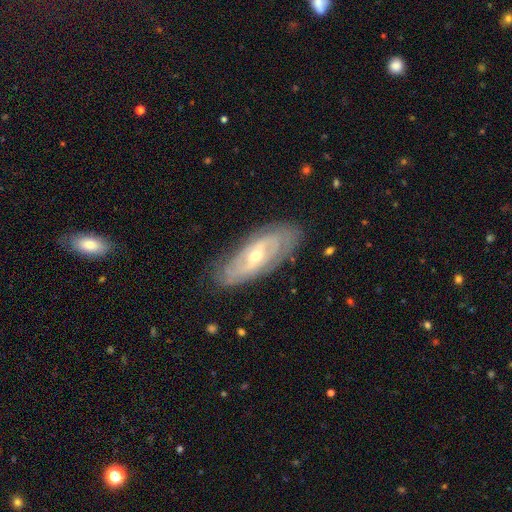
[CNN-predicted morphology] Smooth or featured: featured or disk — 80% (smooth — 14%)
Edge-on disk: no — 86% (yes — 14%)
Bar: weak — 42% (no — 36%)
Spiral arms: yes — 85% (no — 15%)
Spiral winding: tight — 59% (medium — 29%)
Spiral arm count: 2 — 41% (tied with can't tell — 41%)
Bulge size: moderate — 50% (small — 47%)
Merging: none — 80% (minor disturbance — 15%)